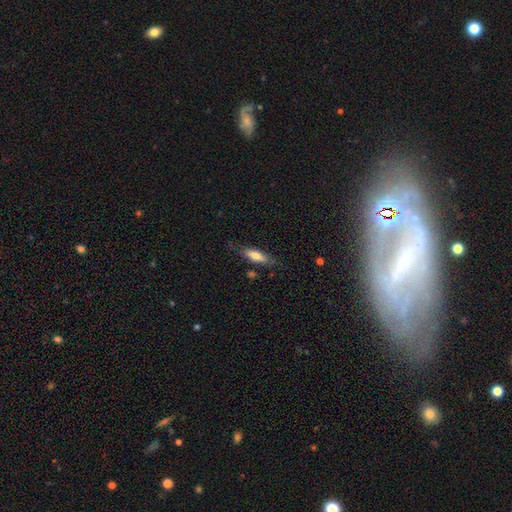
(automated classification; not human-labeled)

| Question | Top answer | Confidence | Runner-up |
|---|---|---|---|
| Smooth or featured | smooth | 71% | featured or disk (22%) |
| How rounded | cigar-shaped | 49% | tied: in between (49%) |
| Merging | none | 74% | minor disturbance (18%) |